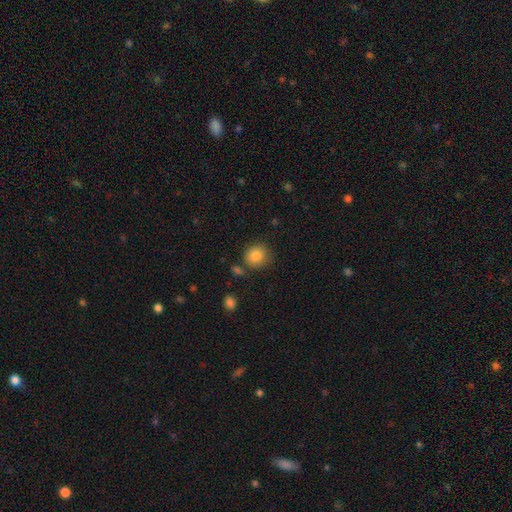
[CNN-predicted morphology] Smooth or featured? Predicted: smooth (p=0.85). How rounded? Predicted: round (p=0.83). Merging? Predicted: none (p=0.77).